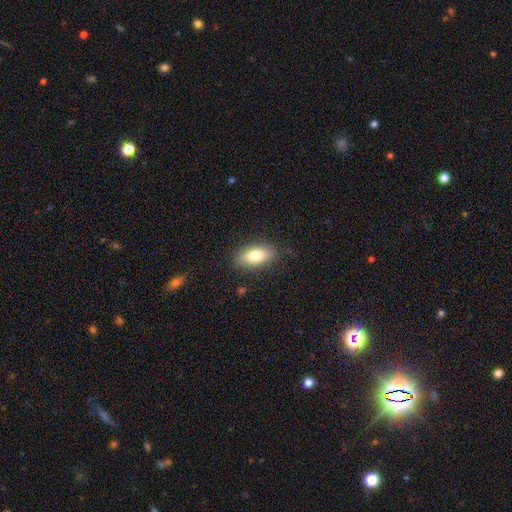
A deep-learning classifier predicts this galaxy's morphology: Overall: smooth (78%). How rounded: in between (86%). Merging: none (86%).